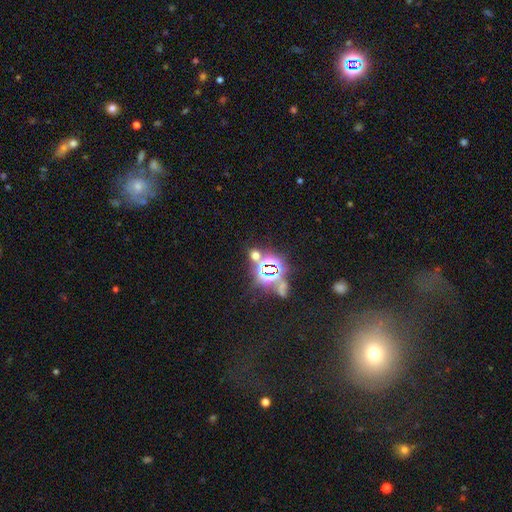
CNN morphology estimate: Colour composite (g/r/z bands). It shows a star or artifact, not a galaxy (57%).